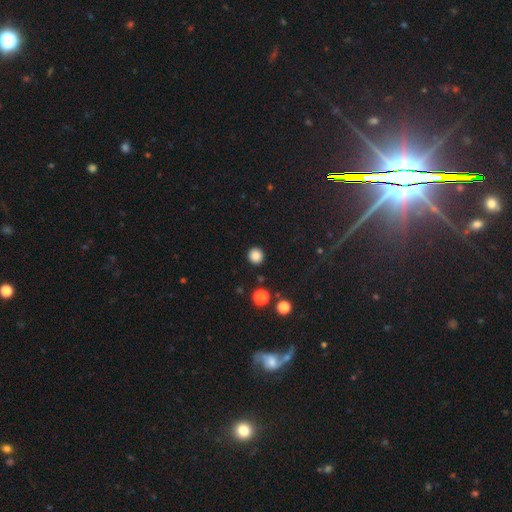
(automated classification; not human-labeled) A smooth galaxy with no disk features (86%) that is round (90%).

Vote fractions:
- Smooth or featured? smooth: 86% / star or artifact: 11% / featured or disk: 4%
- How rounded? round: 90% / in between: 9% / cigar-shaped: 1%
- Merging? none: 91% / minor disturbance: 6% / major disturbance: 2% / merger: 2%